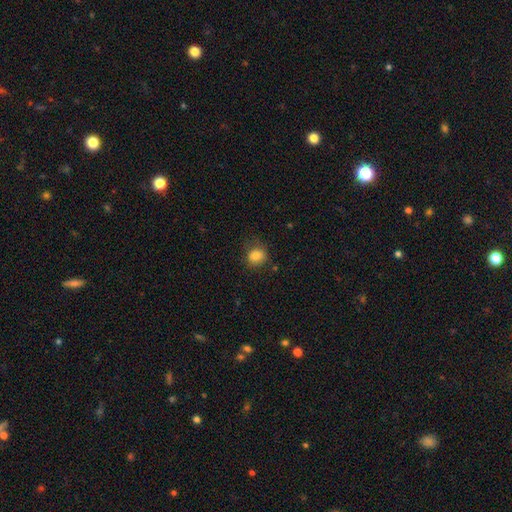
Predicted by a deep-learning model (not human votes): Overall: smooth (83%). How rounded: round (69%; in between 30%). Merging: none (73%).